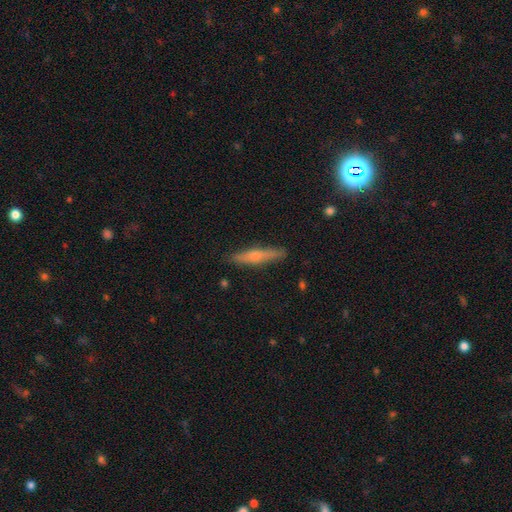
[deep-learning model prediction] Morphology: type=smooth (51%); roundness=cigar-shaped (92%); merging=none (88%).